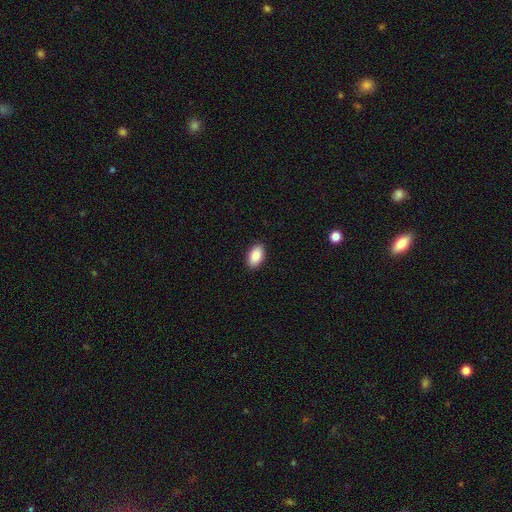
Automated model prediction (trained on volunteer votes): A smooth galaxy with no disk features (89%) that is in between round and cigar-shaped (94%).

Vote fractions:
- Smooth or featured? smooth: 89% / star or artifact: 7% / featured or disk: 4%
- How rounded? in between: 94% / round: 4% / cigar-shaped: 2%
- Merging? none: 90% / minor disturbance: 7% / major disturbance: 2% / merger: 1%